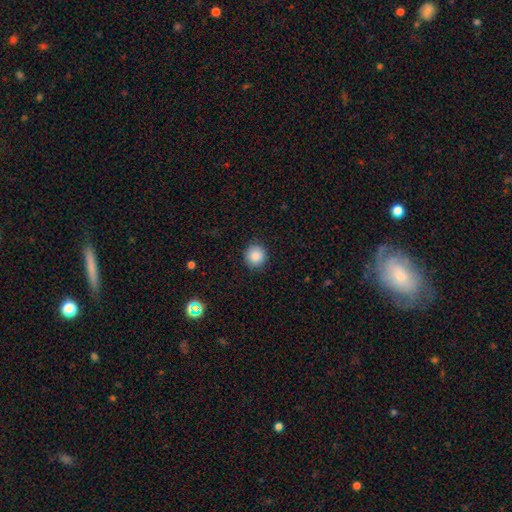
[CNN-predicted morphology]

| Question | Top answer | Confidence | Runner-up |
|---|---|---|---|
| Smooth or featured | smooth | 88% | star or artifact (9%) |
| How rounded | round | 92% | in between (7%) |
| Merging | none | 90% | minor disturbance (7%) |